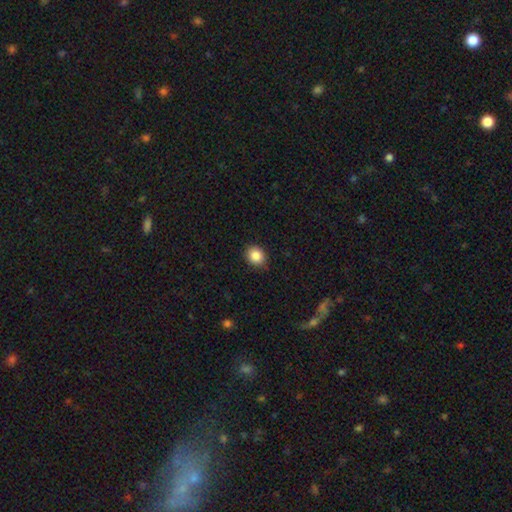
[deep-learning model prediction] Smooth or featured? Predicted: smooth (p=0.87). How rounded? Predicted: round (p=0.64). Merging? Predicted: none (p=0.86).